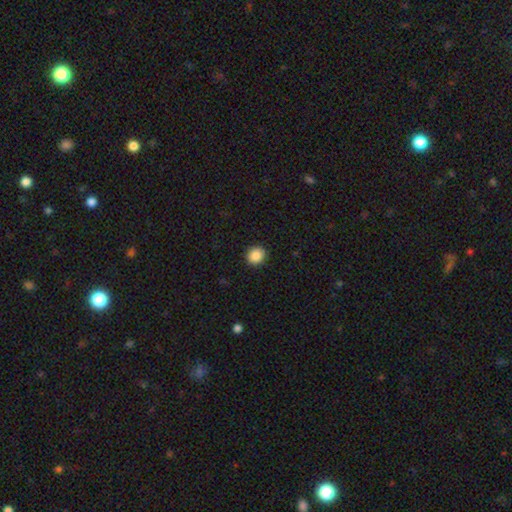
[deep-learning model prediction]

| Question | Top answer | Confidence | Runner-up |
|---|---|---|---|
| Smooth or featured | smooth | 88% | star or artifact (9%) |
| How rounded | round | 83% | in between (16%) |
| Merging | none | 92% | minor disturbance (5%) |